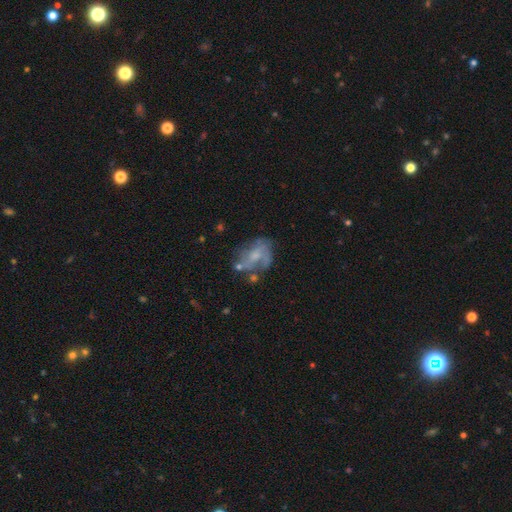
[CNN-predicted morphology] Overall: featured or disk (60%; smooth 30%). Edge-on disk: no (97%). Bar: no (62%; weak 31%). Spiral arms: yes (55%; no 45%). Bulge size: small (39%; moderate 34%). Merging: none (45%; minor disturbance 24%).